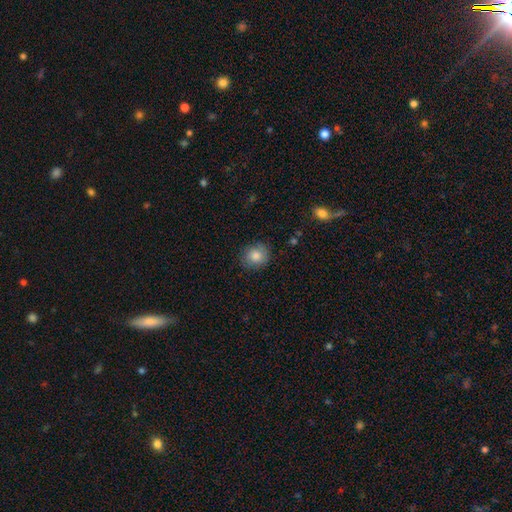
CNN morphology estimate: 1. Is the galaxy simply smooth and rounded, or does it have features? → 83% smooth, 9% star or artifact, 8% featured or disk.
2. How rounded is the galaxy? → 80% round, 19% in between, 1% cigar-shaped.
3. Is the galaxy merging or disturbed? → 84% none, 12% minor disturbance, 3% major disturbance, 1% merger.